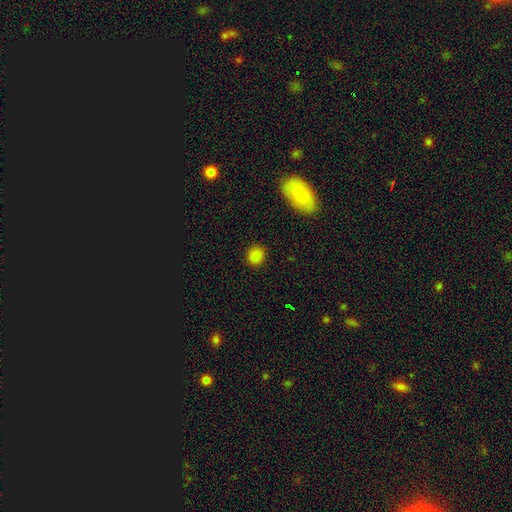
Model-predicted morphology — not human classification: Overall: smooth (84%). How rounded: round (71%). Merging: none (89%).